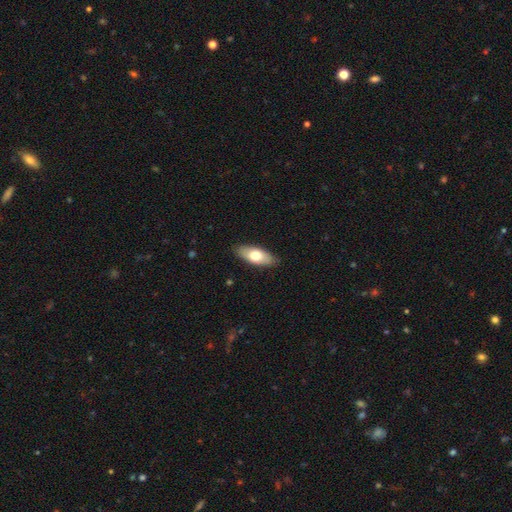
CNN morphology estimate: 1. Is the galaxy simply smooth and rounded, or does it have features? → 70% smooth, 24% featured or disk, 6% star or artifact.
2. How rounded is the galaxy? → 82% in between, 16% cigar-shaped, 2% round.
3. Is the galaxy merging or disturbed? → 87% none, 10% minor disturbance, 2% major disturbance, 1% merger.